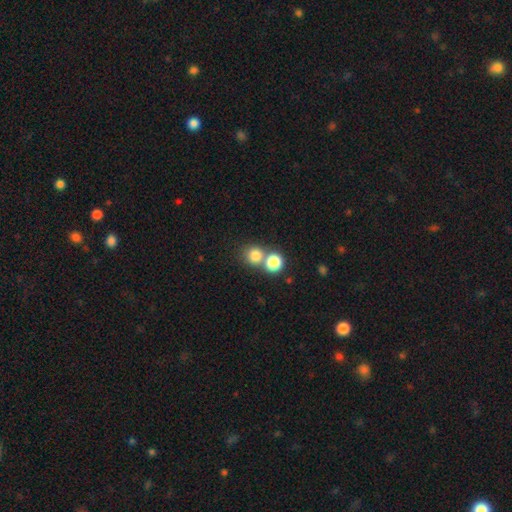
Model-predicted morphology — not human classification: The model was most divided on "merging": none: 47%, merger: 44%, minor disturbance: 6%, major disturbance: 3%. More confident: how rounded — round (85%); smooth or featured — smooth (79%).